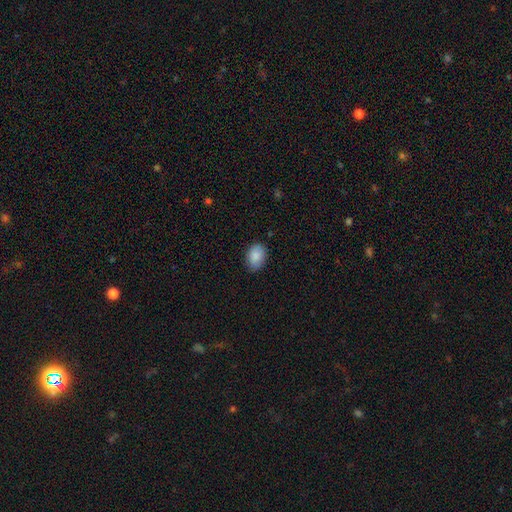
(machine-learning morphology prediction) Smooth or featured? Predicted: smooth (p=0.87). How rounded? Predicted: in between (p=0.82). Merging? Predicted: none (p=0.81).